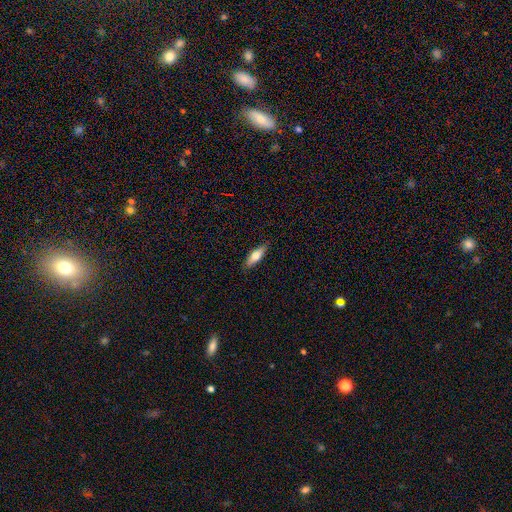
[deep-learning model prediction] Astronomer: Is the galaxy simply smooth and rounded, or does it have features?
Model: smooth — 66%.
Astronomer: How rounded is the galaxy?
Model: cigar-shaped — 53% (runner-up: in between, 45%).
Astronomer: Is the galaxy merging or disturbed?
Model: none — 87%.